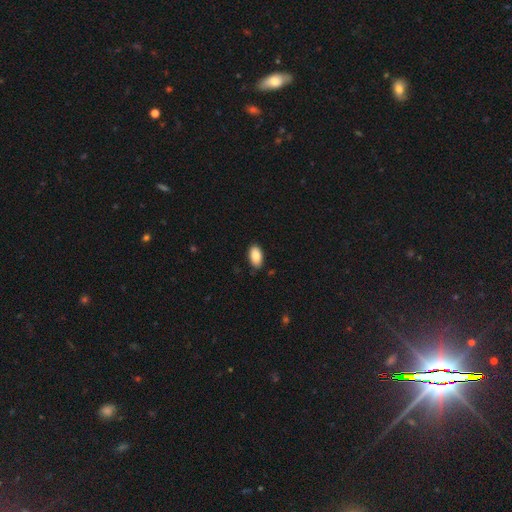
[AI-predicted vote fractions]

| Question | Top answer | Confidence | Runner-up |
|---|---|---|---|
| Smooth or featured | smooth | 88% | star or artifact (7%) |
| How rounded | in between | 95% | round (3%) |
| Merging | none | 86% | minor disturbance (11%) |